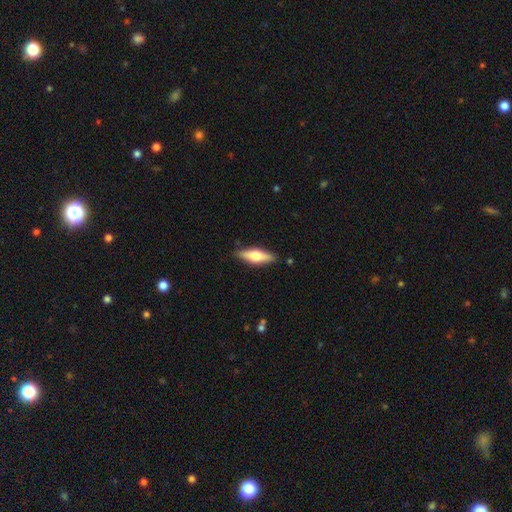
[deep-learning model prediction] Smooth or featured?
  - smooth: 51% *
  - featured or disk: 43%
  - star or artifact: 6%
How rounded?
  - cigar-shaped: 54% *
  - in between: 44%
  - round: 2%
Merging?
  - none: 86% *
  - minor disturbance: 10%
  - major disturbance: 2%
  - merger: 1%